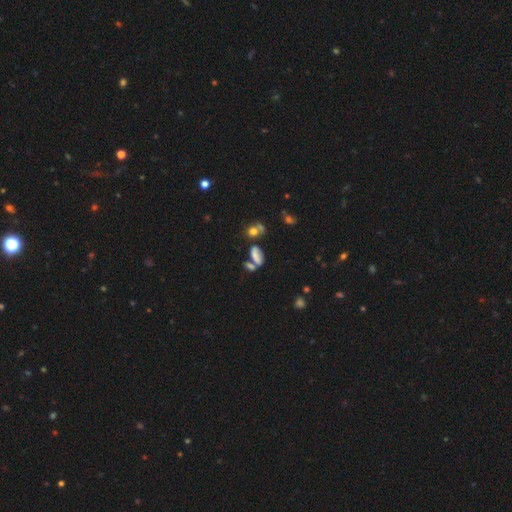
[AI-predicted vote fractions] A smooth galaxy with no disk features (61%) that is in between round and cigar-shaped (77%). Merging: none (39%).